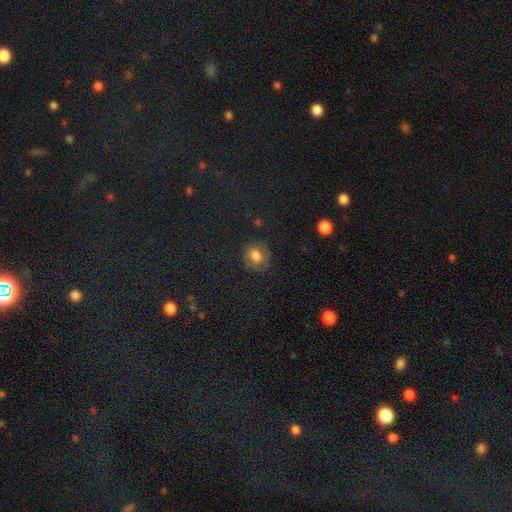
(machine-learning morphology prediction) smooth_or_featured: smooth (p=0.77) [alt: star or artifact p=0.12]
how_rounded: round (p=0.75) [alt: in between p=0.24]
merging: none (p=0.82) [alt: minor disturbance p=0.13]